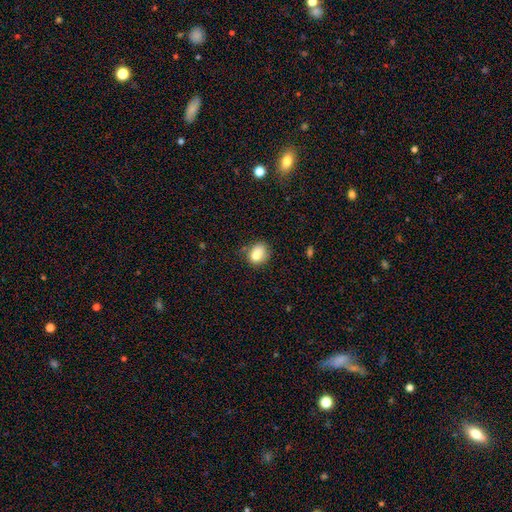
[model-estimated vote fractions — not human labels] Smooth or featured: smooth — 81% (featured or disk — 10%)
How rounded: in between — 51% (round — 47%)
Merging: none — 62% (minor disturbance — 24%)